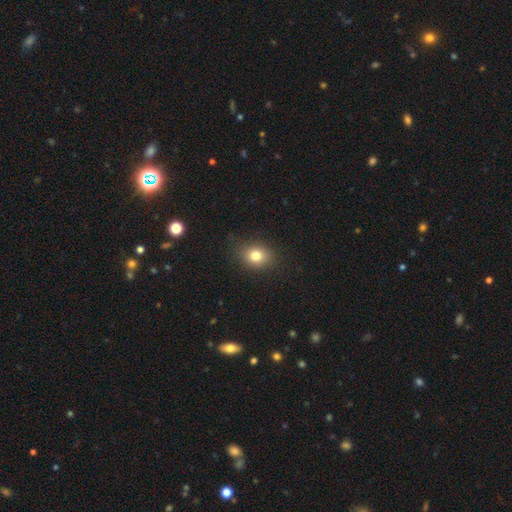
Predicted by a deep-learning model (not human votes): A smooth galaxy with no disk features (79%) that is round (57%).

Vote fractions:
- Smooth or featured? smooth: 79% / star or artifact: 12% / featured or disk: 8%
- How rounded? round: 57% / in between: 42% / cigar-shaped: 1%
- Merging? none: 83% / minor disturbance: 12% / major disturbance: 3% / merger: 1%